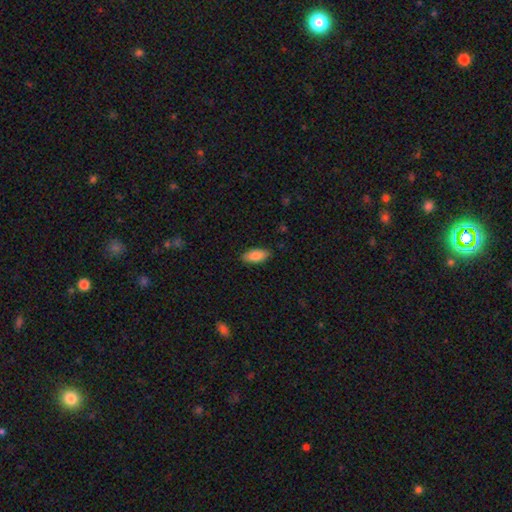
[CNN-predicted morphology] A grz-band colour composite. It shows a smooth galaxy with no disk features (85%) that is in between round and cigar-shaped (86%). Merging: none (87%).